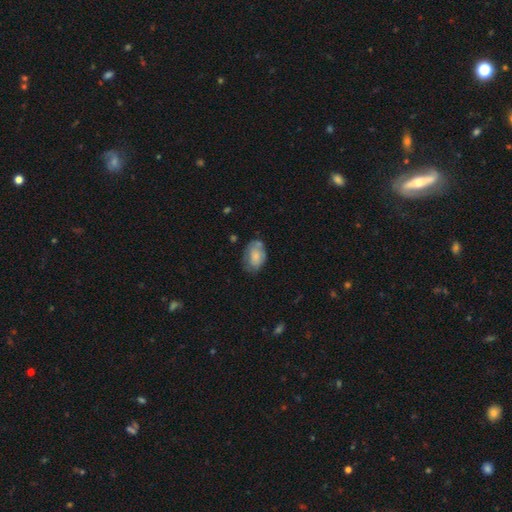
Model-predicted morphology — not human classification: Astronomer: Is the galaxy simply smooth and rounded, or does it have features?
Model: smooth — 70%.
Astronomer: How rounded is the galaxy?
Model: in between — 87%.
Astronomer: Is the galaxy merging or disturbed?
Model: none — 55%.